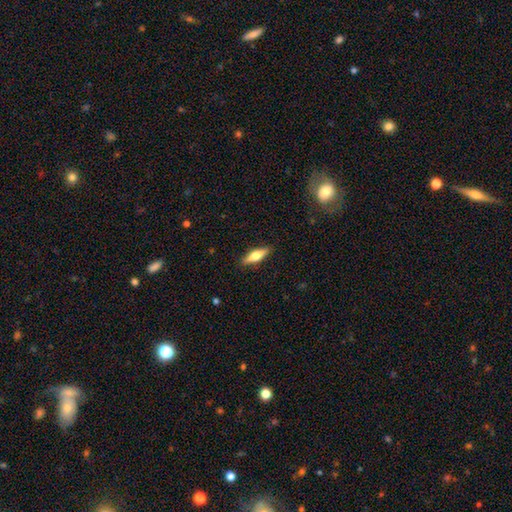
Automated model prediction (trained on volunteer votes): smooth 52%, featured or disk 42%, star or artifact 6%. Down the decision tree: how rounded — cigar-shaped (55%); merging — none (89%).